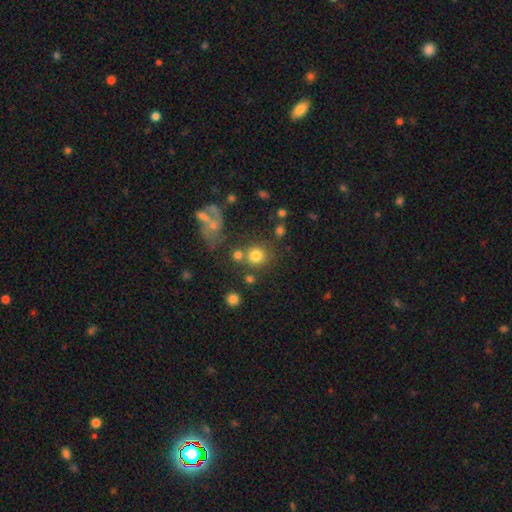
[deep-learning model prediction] smooth-or-featured: smooth: 78% | star or artifact: 12% | featured or disk: 10%
  how-rounded: round: 88% | in between: 11% | cigar-shaped: 1%
  merging: none: 67% | merger: 16% | minor disturbance: 11% | major disturbance: 6%